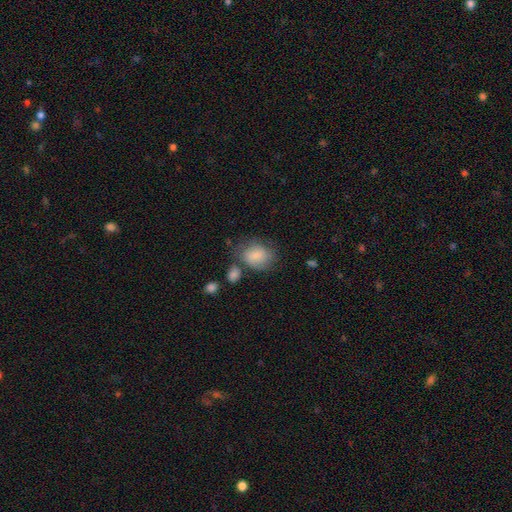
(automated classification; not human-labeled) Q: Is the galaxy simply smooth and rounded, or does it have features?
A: smooth — 80%.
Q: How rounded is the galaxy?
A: in between — 61%.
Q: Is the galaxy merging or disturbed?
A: none — 54%.